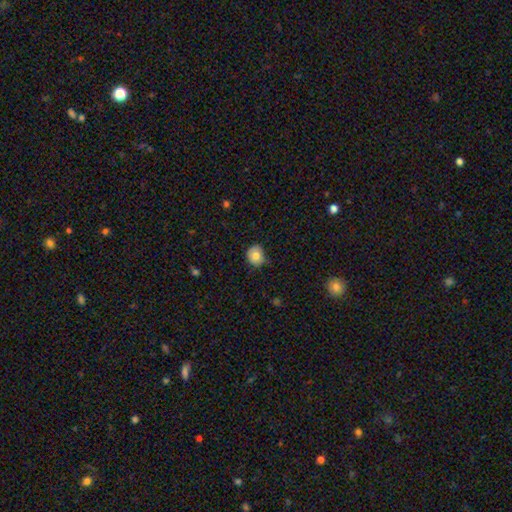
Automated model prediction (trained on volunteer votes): A smooth galaxy with no disk features (77%) that is round (75%). Merging: none (70%).